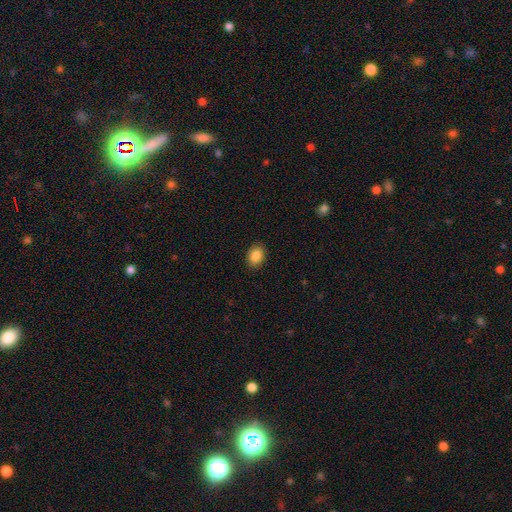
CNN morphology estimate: Overall: smooth (88%). How rounded: in between (70%). Merging: none (89%).